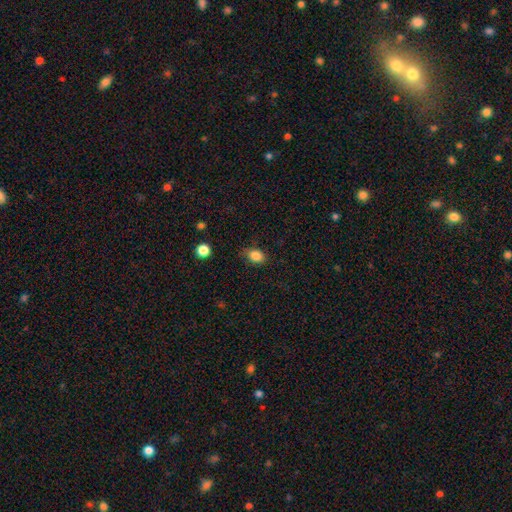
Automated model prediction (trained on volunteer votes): Smooth or featured: smooth — 85% (star or artifact — 10%)
How rounded: in between — 69% (round — 29%)
Merging: none — 72% (minor disturbance — 22%)